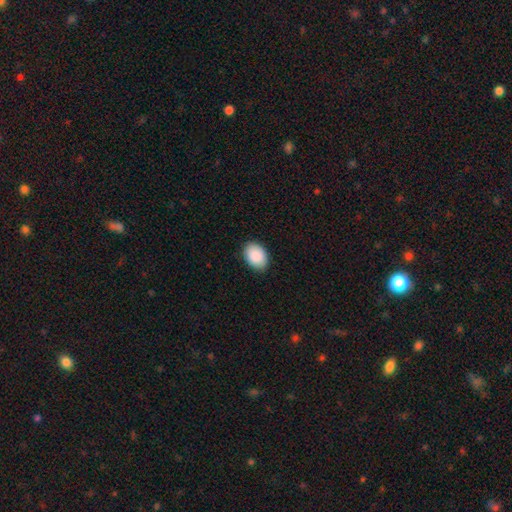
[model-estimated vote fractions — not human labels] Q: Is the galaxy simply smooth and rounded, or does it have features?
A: smooth — 91%.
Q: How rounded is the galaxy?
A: in between — 79%.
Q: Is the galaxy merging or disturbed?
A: none — 87%.